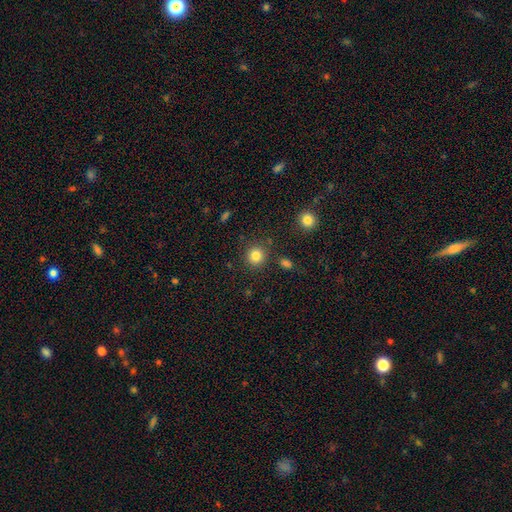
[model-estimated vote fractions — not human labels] Q: Smooth or featured?
A: smooth (84%); runner-up: star or artifact (11%)
Q: How rounded?
A: round (92%); runner-up: in between (7%)
Q: Merging?
A: none (86%); runner-up: minor disturbance (7%)